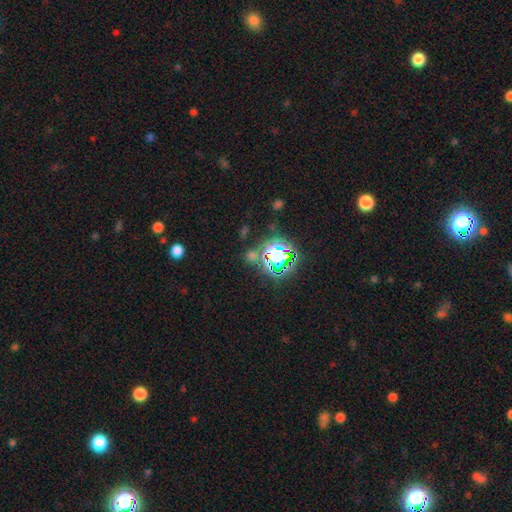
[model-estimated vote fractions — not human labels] This is likely a star or artifact rather than a galaxy (72%).